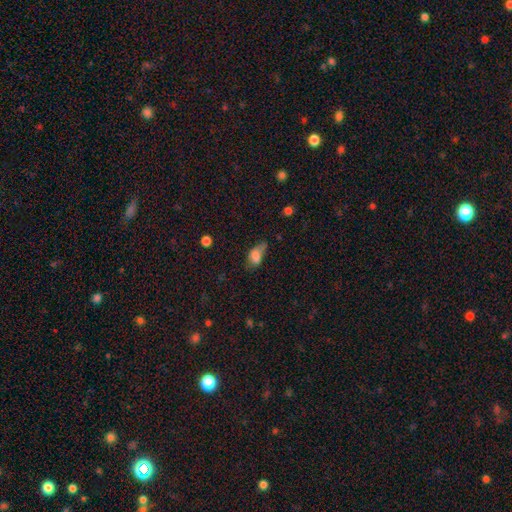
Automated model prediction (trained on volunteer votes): Overall: smooth (71%). How rounded: in between (84%). Merging: minor disturbance (35%; none 32%).